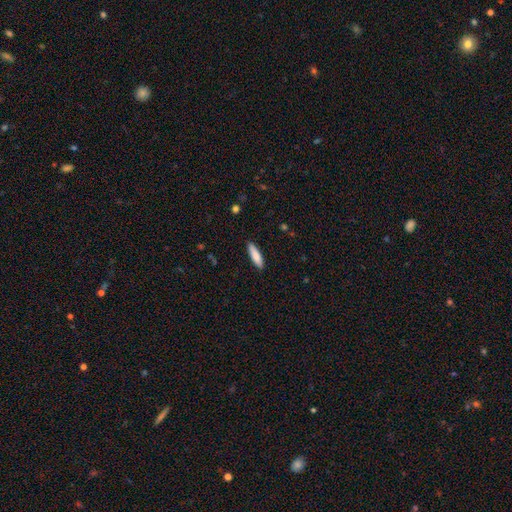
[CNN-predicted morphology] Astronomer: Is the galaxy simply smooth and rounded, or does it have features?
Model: smooth — 84%.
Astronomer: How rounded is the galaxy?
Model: cigar-shaped — 67%.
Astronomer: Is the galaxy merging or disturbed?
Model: none — 89%.